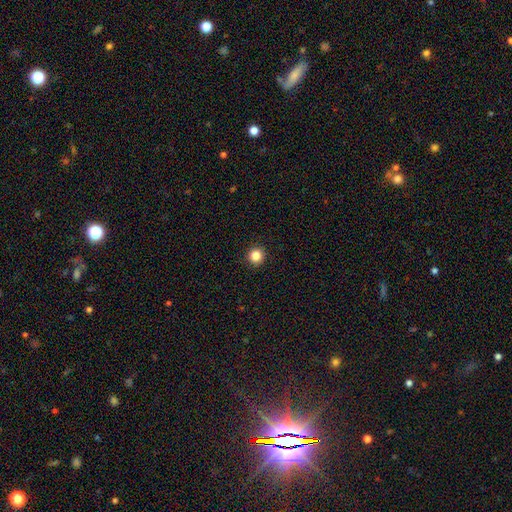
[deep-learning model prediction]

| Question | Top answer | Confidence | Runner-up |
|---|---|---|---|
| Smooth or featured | smooth | 85% | star or artifact (11%) |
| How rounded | round | 95% | in between (4%) |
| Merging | none | 93% | minor disturbance (4%) |